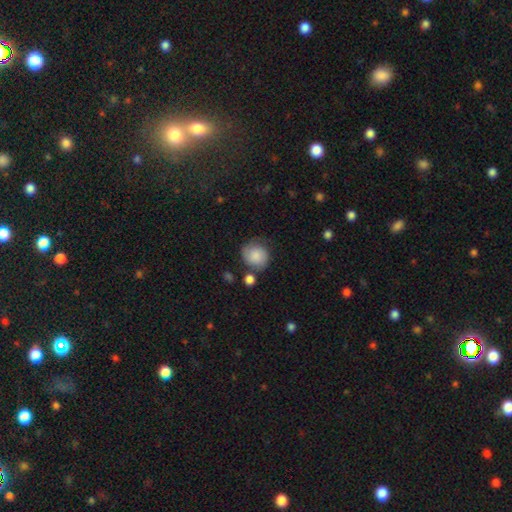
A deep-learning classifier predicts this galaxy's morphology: A smooth galaxy with no disk features (68%) that is round (80%). Merging: none (59%).